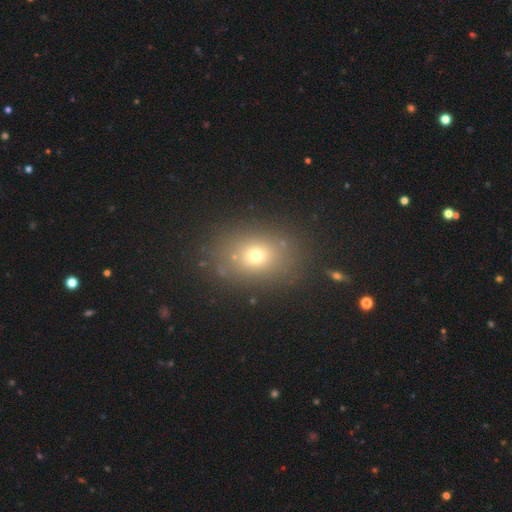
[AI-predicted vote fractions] A smooth galaxy with no disk features (68%) that is in between round and cigar-shaped (54%). Merging: none (82%).